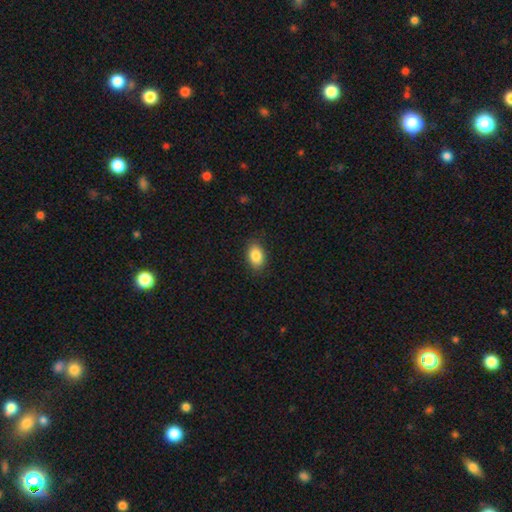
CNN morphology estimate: This appears to be a smooth galaxy with no disk features (87%) that is in between round and cigar-shaped (88%). Merging: none (87%).